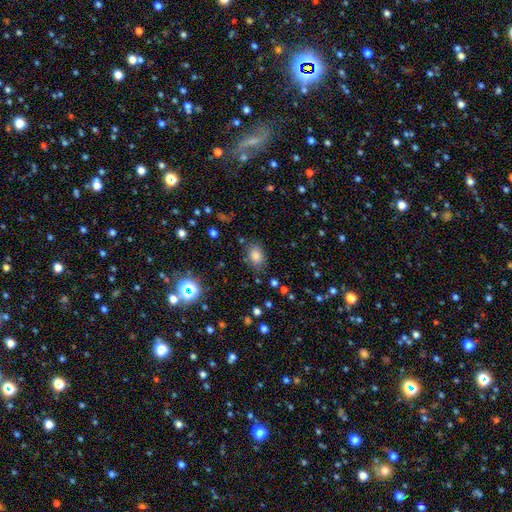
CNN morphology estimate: smooth-or-featured: smooth: 80% | star or artifact: 12% | featured or disk: 7%
  how-rounded: in between: 74% | round: 25% | cigar-shaped: 1%
  merging: none: 80% | minor disturbance: 13% | major disturbance: 4% | merger: 3%